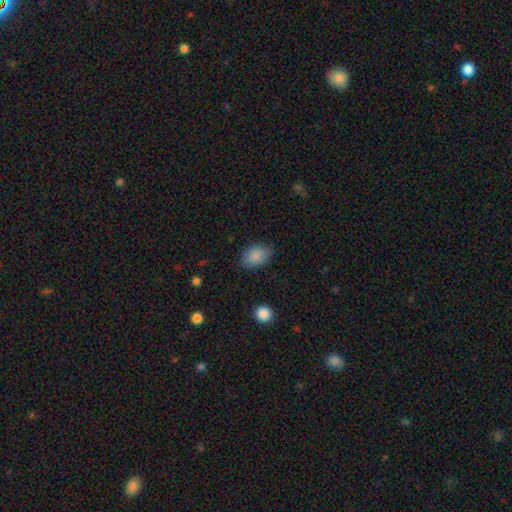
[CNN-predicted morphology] A smooth galaxy with no disk features (88%) that is in between round and cigar-shaped (83%).

Vote fractions:
- Smooth or featured? smooth: 88% / star or artifact: 7% / featured or disk: 5%
- How rounded? in between: 83% / round: 16% / cigar-shaped: 1%
- Merging? none: 82% / minor disturbance: 13% / major disturbance: 3% / merger: 1%